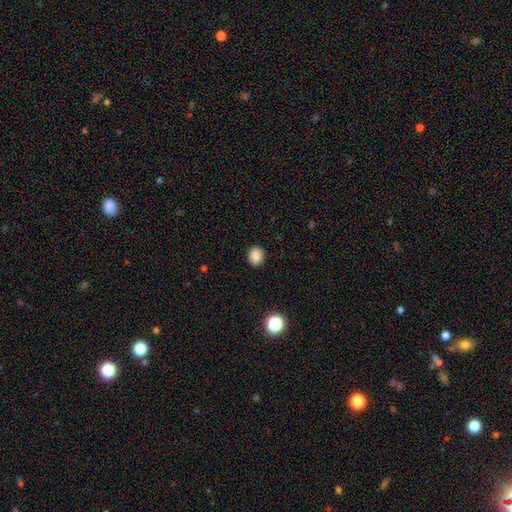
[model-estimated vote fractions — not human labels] A smooth galaxy with no disk features (85%) that is round (68%).

Vote fractions:
- Smooth or featured? smooth: 85% / star or artifact: 10% / featured or disk: 5%
- How rounded? round: 68% / in between: 31% / cigar-shaped: 1%
- Merging? none: 90% / minor disturbance: 7% / major disturbance: 2% / merger: 1%